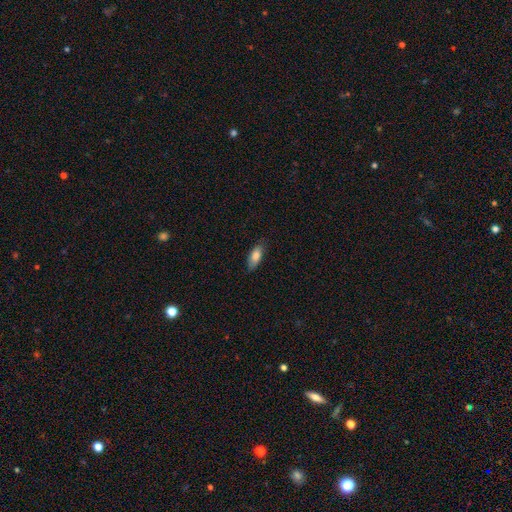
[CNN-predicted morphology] A smooth galaxy with no disk features (83%) that is in between round and cigar-shaped (81%). Merging: none (82%).